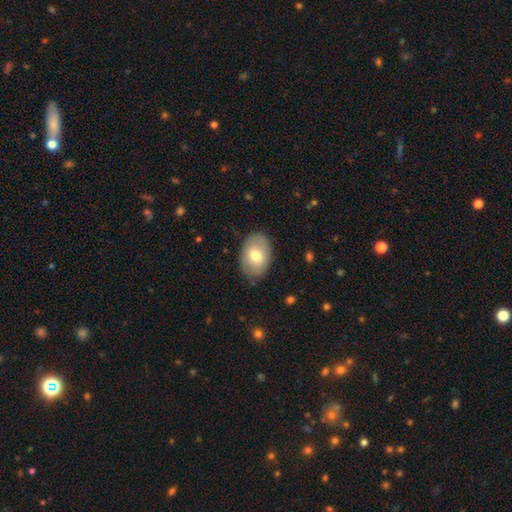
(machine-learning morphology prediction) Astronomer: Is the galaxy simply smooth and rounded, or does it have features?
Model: smooth — 72%.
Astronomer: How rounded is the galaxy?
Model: in between — 82%.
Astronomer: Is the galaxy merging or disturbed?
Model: none — 85%.